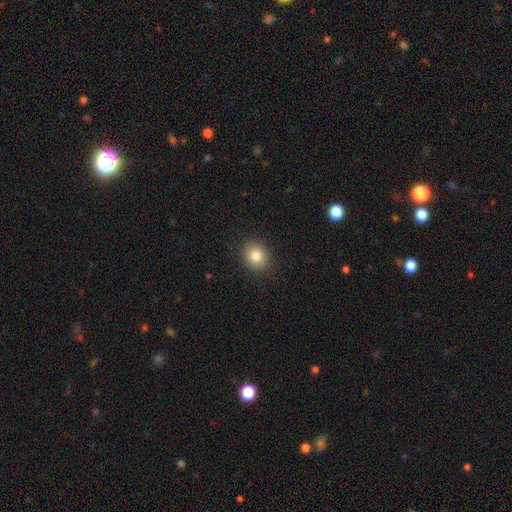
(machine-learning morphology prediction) smooth 81%, star or artifact 10%, featured or disk 8%. Down the decision tree: how rounded — round (71%); merging — none (90%).